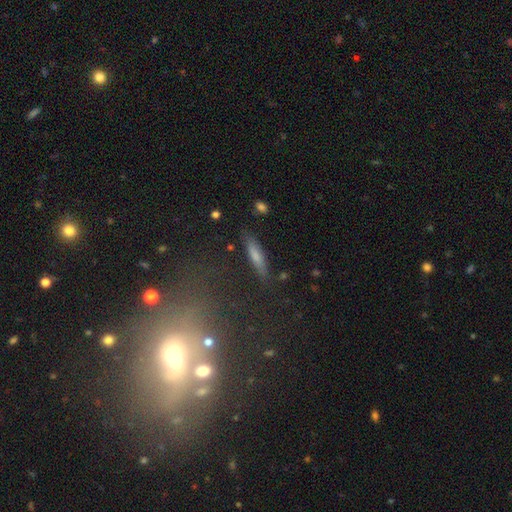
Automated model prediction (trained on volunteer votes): Q: Smooth or featured?
A: smooth (68%); runner-up: featured or disk (23%)
Q: How rounded?
A: cigar-shaped (82%); runner-up: in between (16%)
Q: Merging?
A: none (82%); runner-up: minor disturbance (12%)